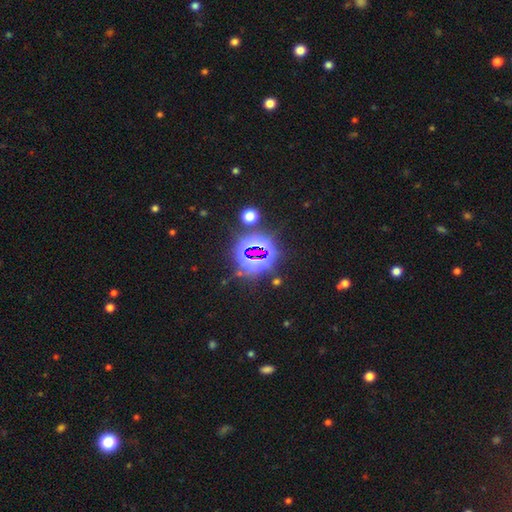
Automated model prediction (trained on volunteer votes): Q: Smooth or featured?
A: star or artifact (76%); runner-up: smooth (15%)